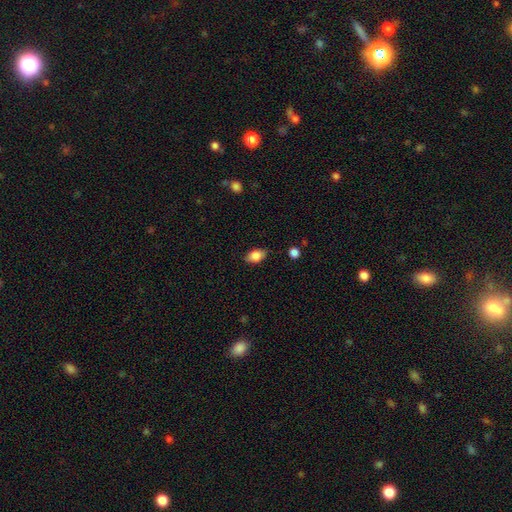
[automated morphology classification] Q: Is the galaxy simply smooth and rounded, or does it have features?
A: smooth — 83%.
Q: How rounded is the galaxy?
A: in between — 87%.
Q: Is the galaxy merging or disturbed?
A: none — 81%.